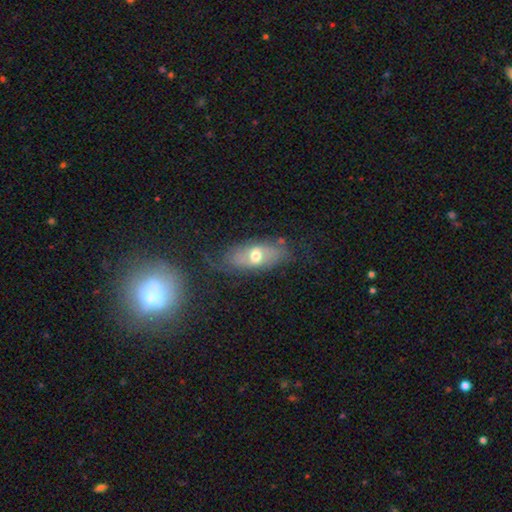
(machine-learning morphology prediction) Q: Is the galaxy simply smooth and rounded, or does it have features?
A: smooth — 47%.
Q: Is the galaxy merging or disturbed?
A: none — 59%.